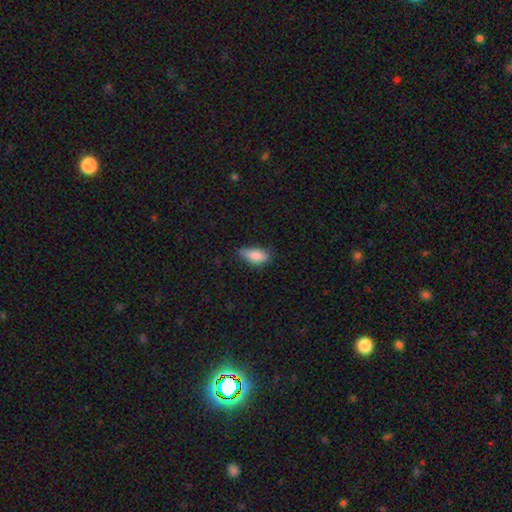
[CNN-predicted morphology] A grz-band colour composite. It shows a smooth galaxy with no disk features (84%) that is in between round and cigar-shaped (86%). Merging: none (56%).